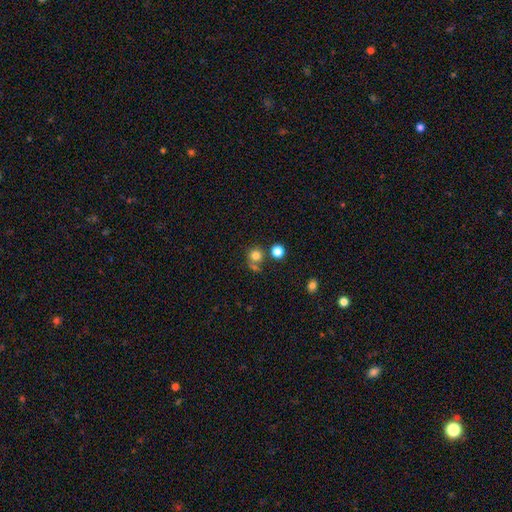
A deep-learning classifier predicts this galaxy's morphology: Smooth or featured?
  - smooth: 79% *
  - star or artifact: 14%
  - featured or disk: 8%
How rounded?
  - round: 90% *
  - in between: 9%
  - cigar-shaped: 1%
Merging?
  - none: 62% *
  - merger: 22%
  - minor disturbance: 10%
  - major disturbance: 6%